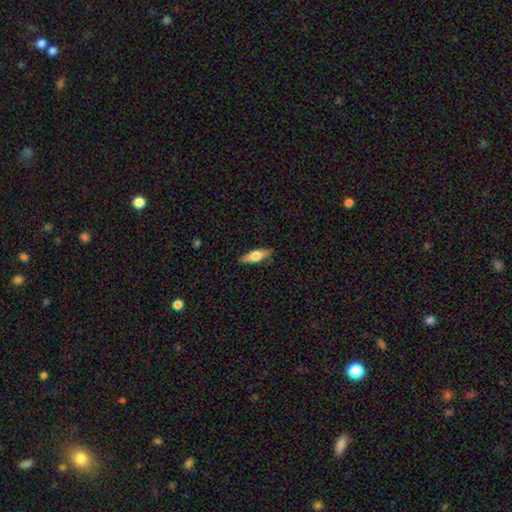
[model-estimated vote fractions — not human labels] This appears to be a featured or disk galaxy (52%) viewed edge-on (93%). Merging: none (86%).